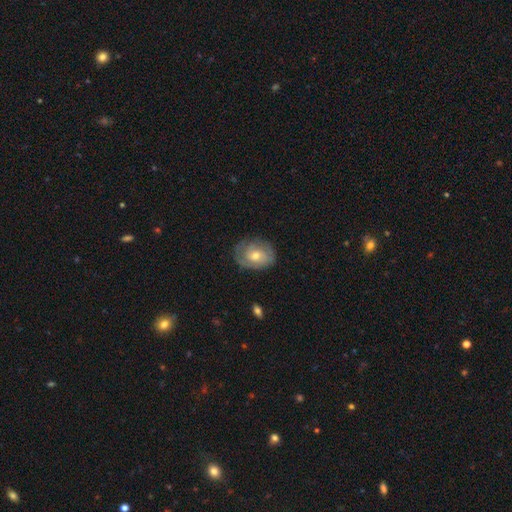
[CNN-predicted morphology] type=featured or disk (58%); edge-on=no (96%); bar=no (73%); spiral arms=yes (76%); bulge=moderate (66%); merging=none (71%).